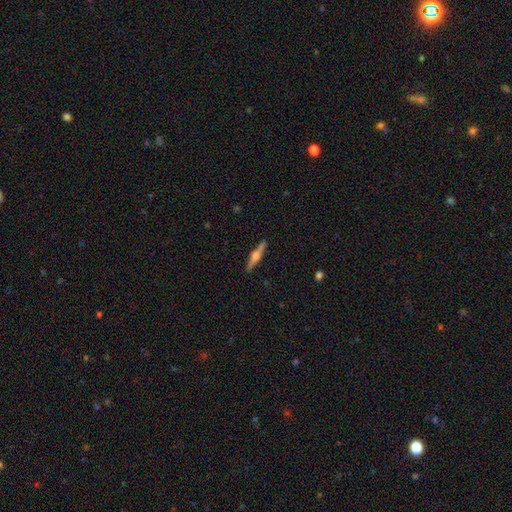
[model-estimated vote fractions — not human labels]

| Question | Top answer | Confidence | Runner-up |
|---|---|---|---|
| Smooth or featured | featured or disk | 72% | smooth (22%) |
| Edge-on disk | yes | 98% | no (2%) |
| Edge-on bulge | rounded | 88% | boxy (9%) |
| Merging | none | 91% | minor disturbance (7%) |